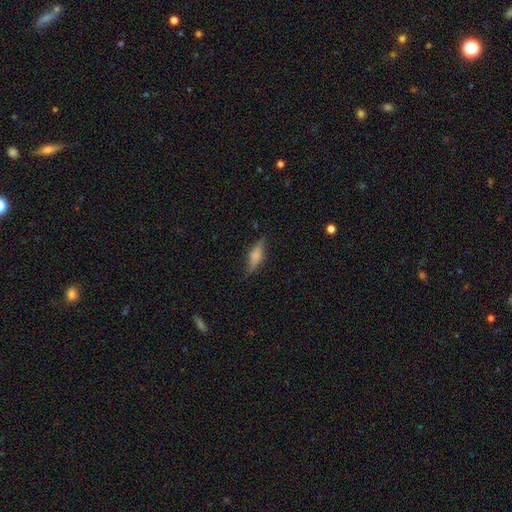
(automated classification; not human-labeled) The model was most divided on "smooth or featured": smooth: 50%, featured or disk: 42%, star or artifact: 9%. More confident: merging — none (77%).